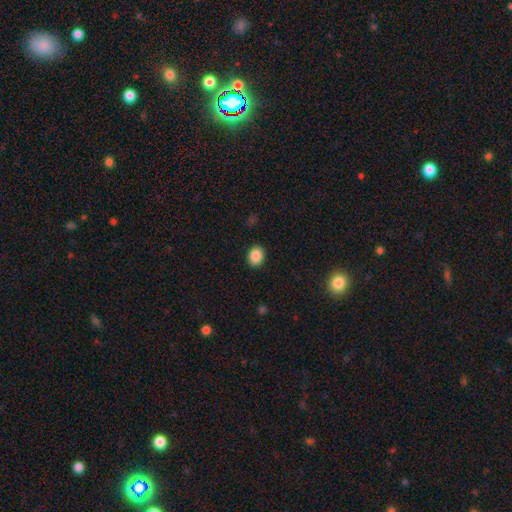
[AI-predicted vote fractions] This is clearly a smooth galaxy (88%). How rounded: possibly in between (55%). Merging: clearly none (89%).